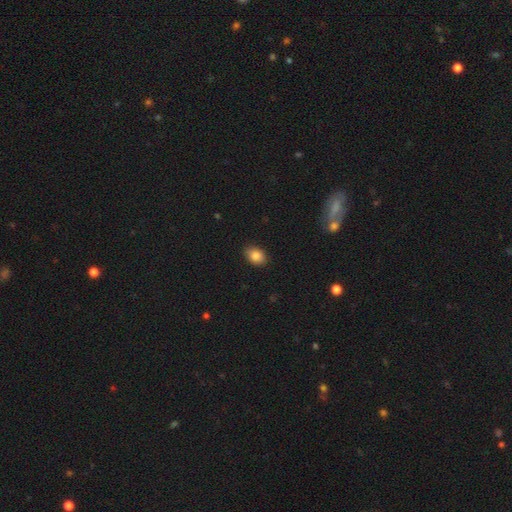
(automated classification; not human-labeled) Smooth or featured?
  - smooth: 86% *
  - star or artifact: 9%
  - featured or disk: 6%
How rounded?
  - in between: 76% *
  - round: 23%
  - cigar-shaped: 1%
Merging?
  - none: 87% *
  - minor disturbance: 10%
  - major disturbance: 2%
  - merger: 1%